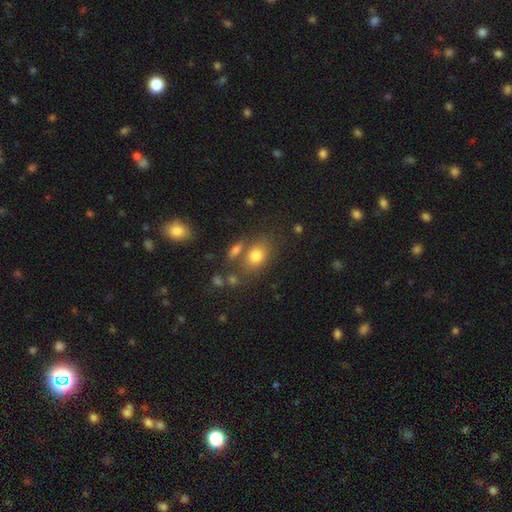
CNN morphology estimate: Q: Smooth or featured?
A: smooth (78%); runner-up: star or artifact (11%)
Q: How rounded?
A: in between (65%); runner-up: round (33%)
Q: Merging?
A: none (62%); runner-up: merger (18%)